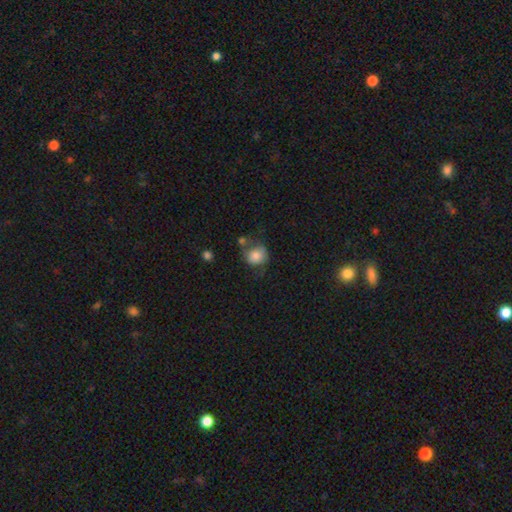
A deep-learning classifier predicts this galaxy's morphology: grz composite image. It shows a smooth galaxy with no disk features (77%) that is round (74%). Merging: none (49%).